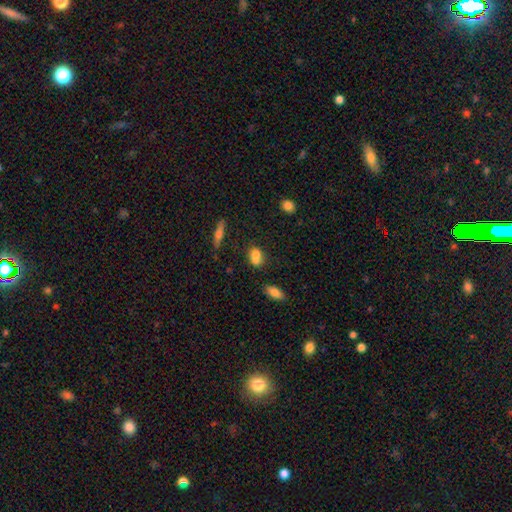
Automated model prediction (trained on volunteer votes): A smooth galaxy with no disk features (73%) that is in between round and cigar-shaped (63%).

Vote fractions:
- Smooth or featured? smooth: 73% / featured or disk: 15% / star or artifact: 12%
- How rounded? in between: 63% / round: 32% / cigar-shaped: 5%
- Merging? merger: 41% / none: 39% / minor disturbance: 15% / major disturbance: 6%